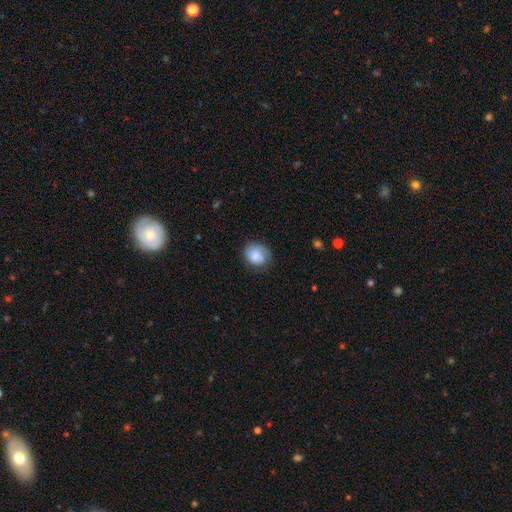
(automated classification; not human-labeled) Morphology: type=smooth (59%); roundness=round (61%); merging=none (65%).